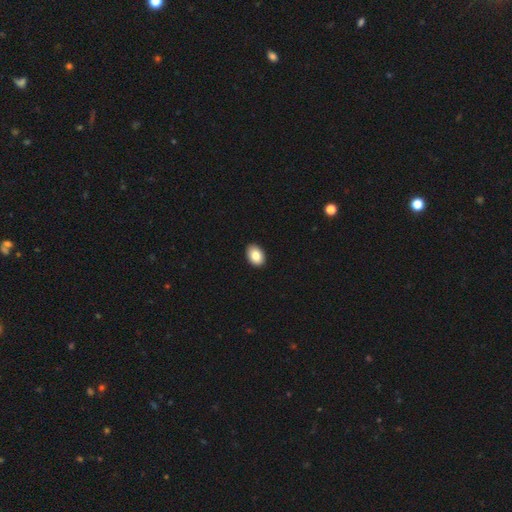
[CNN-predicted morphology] Smooth or featured: smooth — 85% (featured or disk — 7%)
How rounded: in between — 85% (round — 14%)
Merging: none — 91% (minor disturbance — 6%)